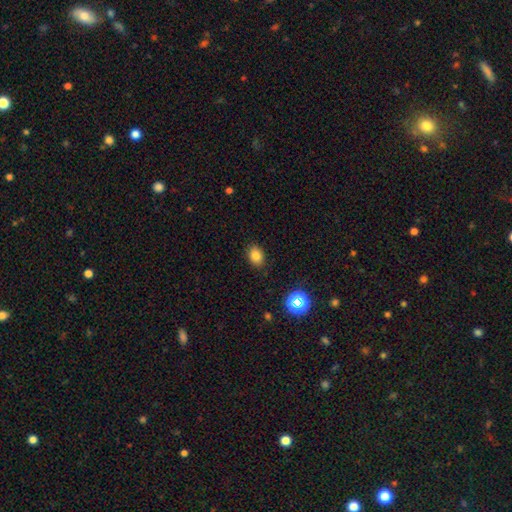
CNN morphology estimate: smooth-or-featured: smooth: 82% | star or artifact: 12% | featured or disk: 6%
  how-rounded: in between: 65% | round: 34% | cigar-shaped: 1%
  merging: none: 88% | minor disturbance: 9% | major disturbance: 2% | merger: 1%